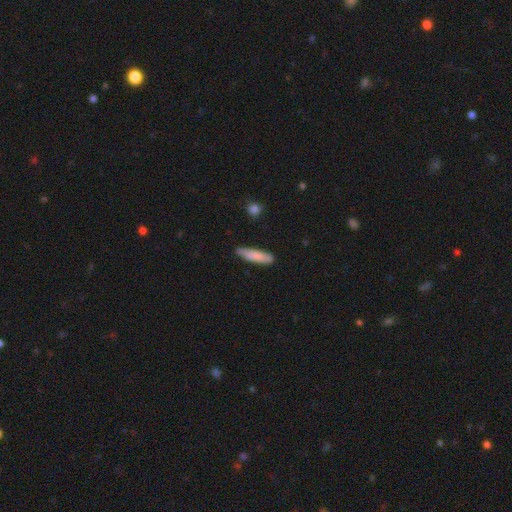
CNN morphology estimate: Smooth or featured?
  - smooth: 80% *
  - featured or disk: 14%
  - star or artifact: 6%
How rounded?
  - cigar-shaped: 72% *
  - in between: 26%
  - round: 2%
Merging?
  - none: 75% *
  - minor disturbance: 20%
  - major disturbance: 3%
  - merger: 2%